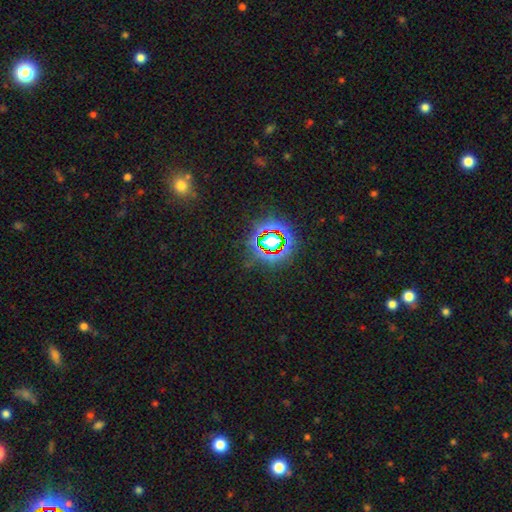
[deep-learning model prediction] Q: Smooth or featured?
A: star or artifact (78%); runner-up: smooth (13%)